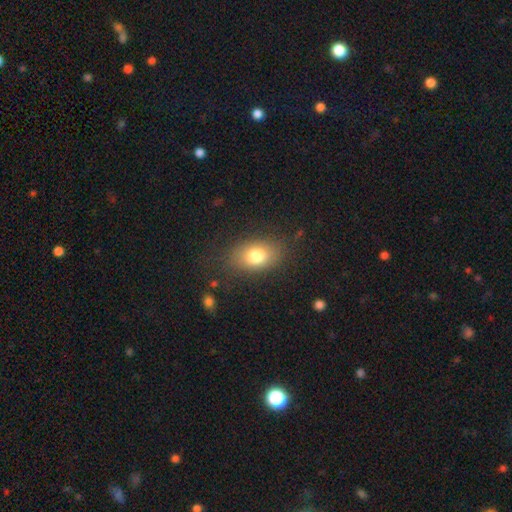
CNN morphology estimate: smooth-or-featured: smooth: 77% | featured or disk: 13% | star or artifact: 10%
  how-rounded: in between: 81% | round: 17% | cigar-shaped: 2%
  merging: none: 81% | minor disturbance: 12% | major disturbance: 5% | merger: 1%